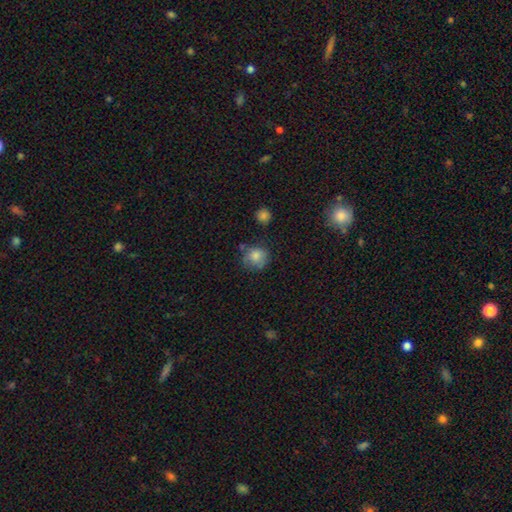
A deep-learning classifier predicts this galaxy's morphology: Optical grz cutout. It shows a smooth galaxy with no disk features (76%) that is round (80%). Merging: none (64%).